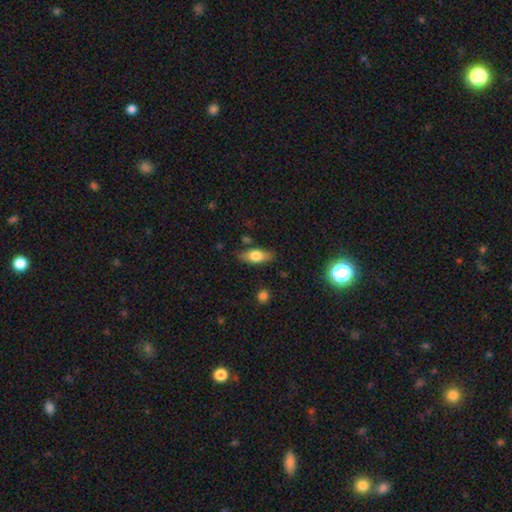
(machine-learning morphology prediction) Overall: smooth (71%). How rounded: in between (79%). Merging: none (80%).